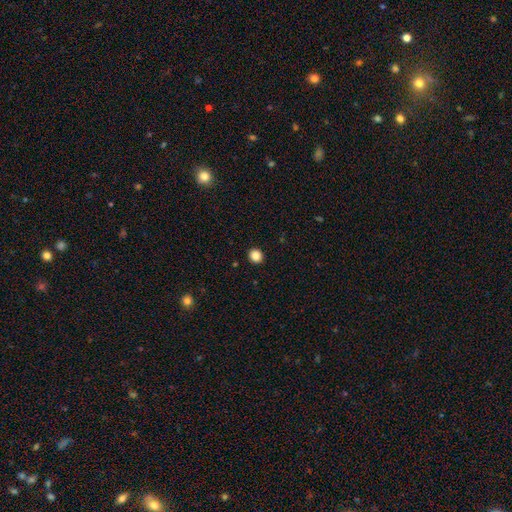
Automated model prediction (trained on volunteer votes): The model was most divided on "how rounded": round: 86%, in between: 13%, cigar-shaped: 1%. More confident: merging — none (93%); smooth or featured — smooth (87%).